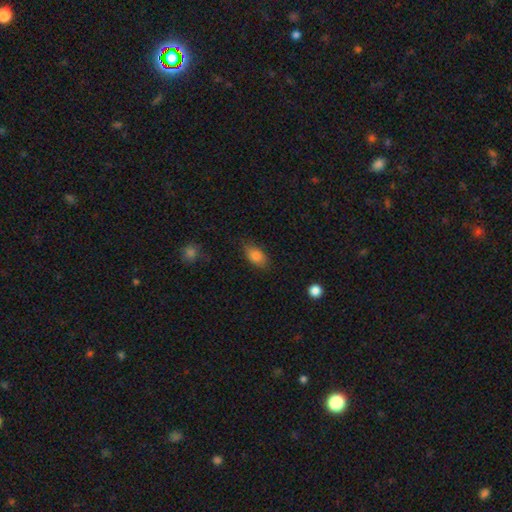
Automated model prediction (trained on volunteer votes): The model was most divided on "merging": none: 77%, minor disturbance: 17%, major disturbance: 4%, merger: 1%. More confident: how rounded — in between (90%); smooth or featured — smooth (84%).